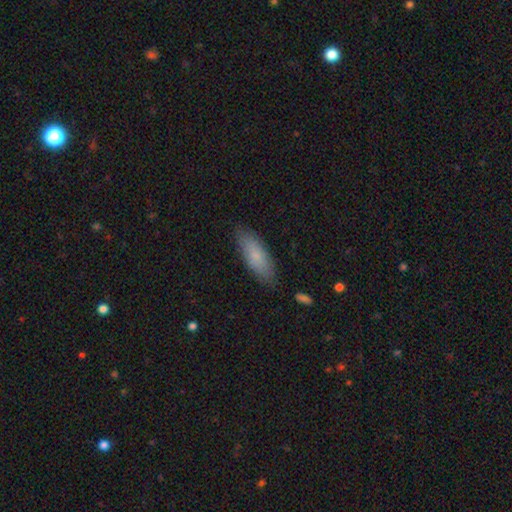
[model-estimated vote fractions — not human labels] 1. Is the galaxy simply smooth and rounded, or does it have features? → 78% smooth, 16% featured or disk, 6% star or artifact.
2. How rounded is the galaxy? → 63% in between, 36% cigar-shaped, 2% round.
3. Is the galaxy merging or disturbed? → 83% none, 13% minor disturbance, 2% major disturbance, 1% merger.